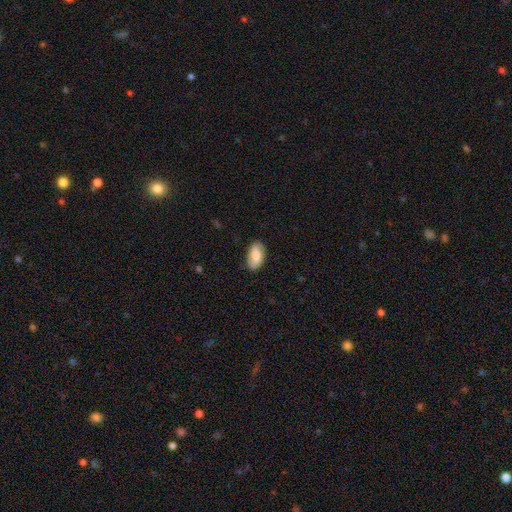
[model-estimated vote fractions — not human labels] Smooth or featured?
  - smooth: 63% *
  - featured or disk: 30%
  - star or artifact: 7%
How rounded?
  - in between: 93% *
  - round: 4%
  - cigar-shaped: 3%
Merging?
  - none: 82% *
  - minor disturbance: 14%
  - major disturbance: 3%
  - merger: 1%